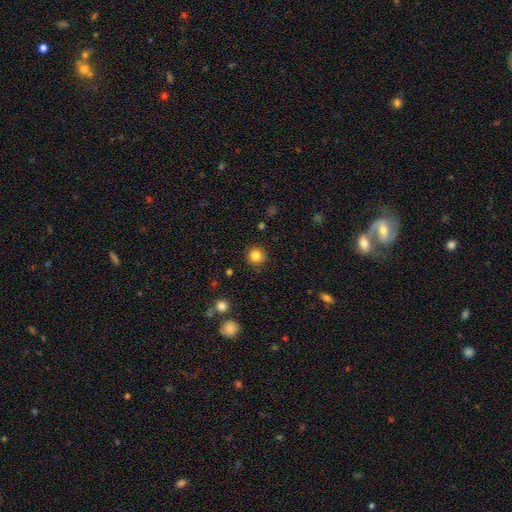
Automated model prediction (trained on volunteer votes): smooth_or_featured: smooth (p=0.83) [alt: star or artifact p=0.11]
how_rounded: round (p=0.93) [alt: in between p=0.07]
merging: none (p=0.90) [alt: minor disturbance p=0.06]